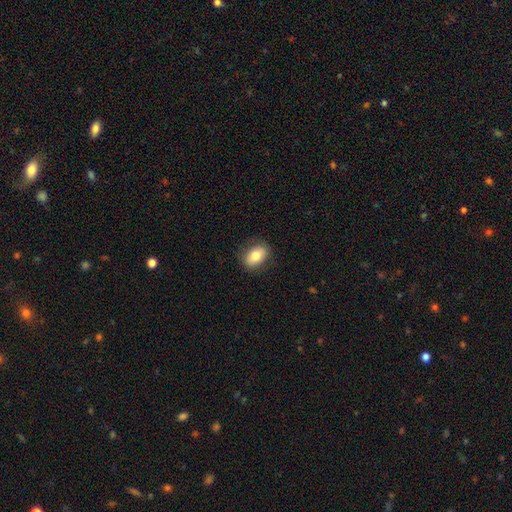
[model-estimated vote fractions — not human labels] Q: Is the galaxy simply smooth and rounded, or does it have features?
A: smooth — 78%.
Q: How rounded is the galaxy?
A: in between — 79%.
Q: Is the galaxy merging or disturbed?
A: none — 84%.